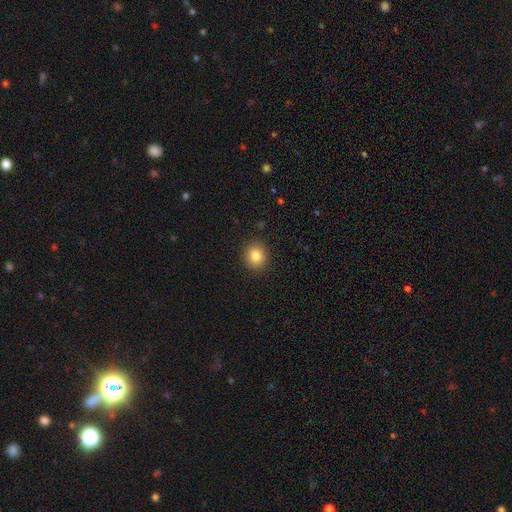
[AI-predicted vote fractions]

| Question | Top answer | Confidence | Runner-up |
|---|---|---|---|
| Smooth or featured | smooth | 84% | star or artifact (10%) |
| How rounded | round | 80% | in between (19%) |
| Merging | none | 90% | minor disturbance (7%) |